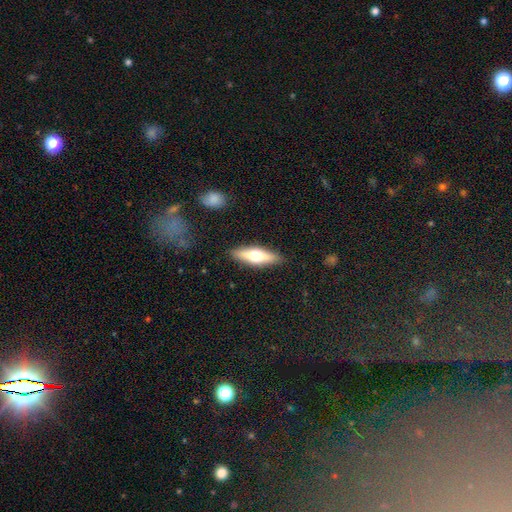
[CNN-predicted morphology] A smooth galaxy with no disk features (51%) that is cigar-shaped (53%). Merging: none (88%).